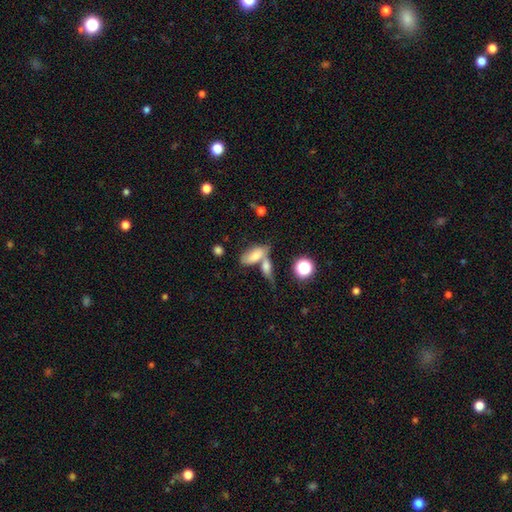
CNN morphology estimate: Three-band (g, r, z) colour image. It shows a smooth galaxy with no disk features (73%) that is in between round and cigar-shaped (82%). Merging: merger (47%).